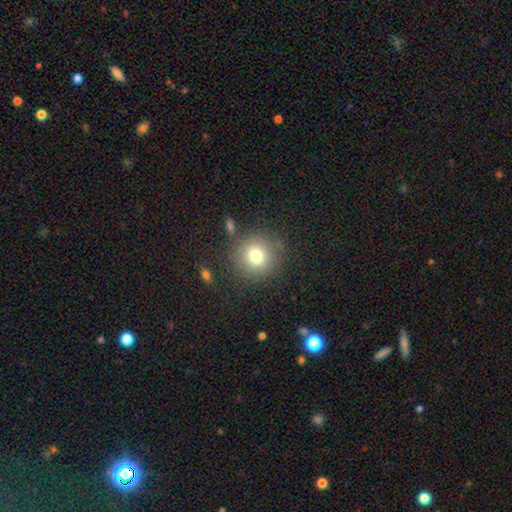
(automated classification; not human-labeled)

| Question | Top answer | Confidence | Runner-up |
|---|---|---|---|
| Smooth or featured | smooth | 76% | star or artifact (13%) |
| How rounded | round | 93% | in between (6%) |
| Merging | none | 83% | minor disturbance (9%) |